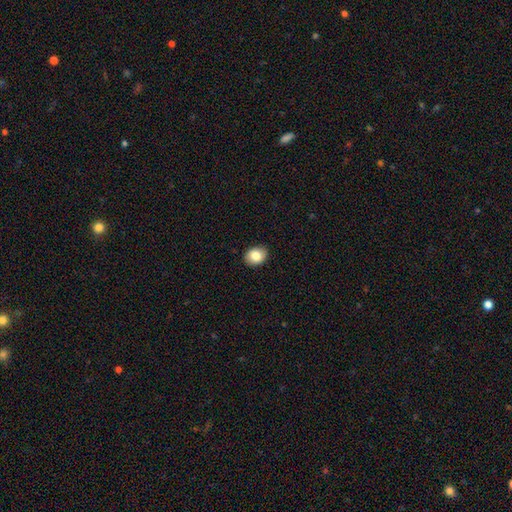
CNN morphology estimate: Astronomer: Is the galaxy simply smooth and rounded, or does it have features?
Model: smooth — 84%.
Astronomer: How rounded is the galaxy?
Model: in between — 59% (runner-up: round, 40%).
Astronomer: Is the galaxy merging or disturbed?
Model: none — 89%.